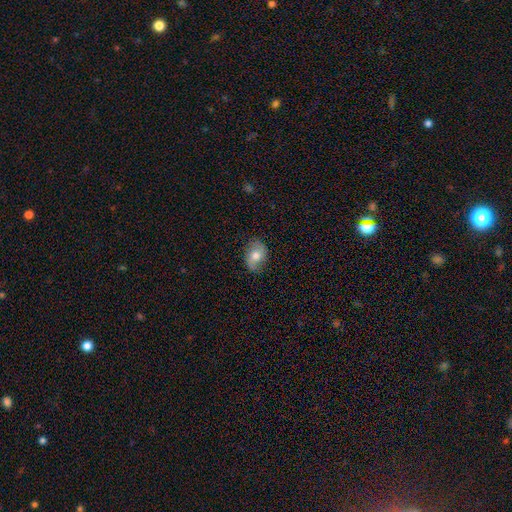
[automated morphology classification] A smooth galaxy with no disk features (54%) that is in between round and cigar-shaped (74%).

Vote fractions:
- Smooth or featured? smooth: 54% / featured or disk: 38% / star or artifact: 8%
- How rounded? in between: 74% / round: 25% / cigar-shaped: 2%
- Merging? none: 78% / minor disturbance: 17% / major disturbance: 4% / merger: 1%